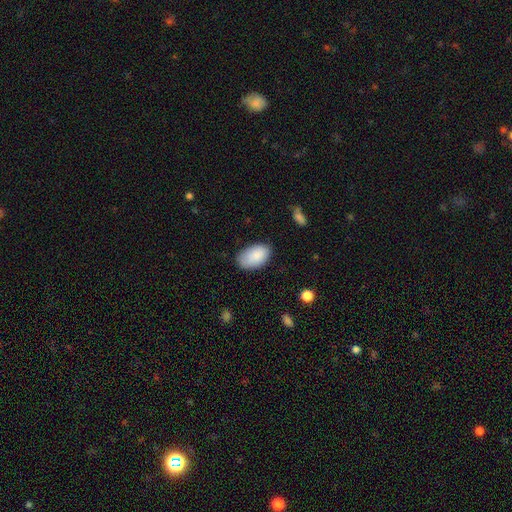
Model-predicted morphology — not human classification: Overall: smooth (87%). How rounded: in between (94%). Merging: none (77%).